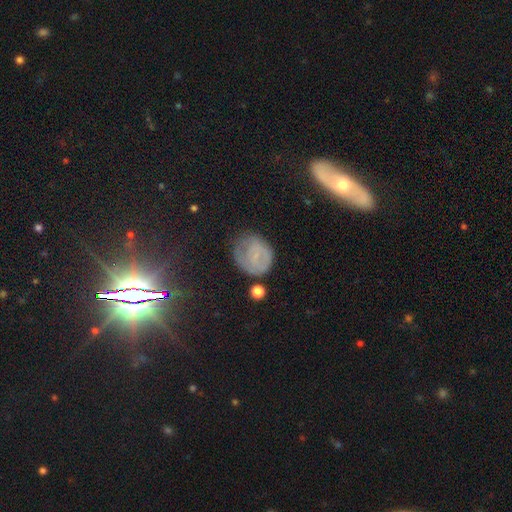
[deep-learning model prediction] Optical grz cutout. It shows a smooth galaxy with no disk features (49%). Merging: none (60%).